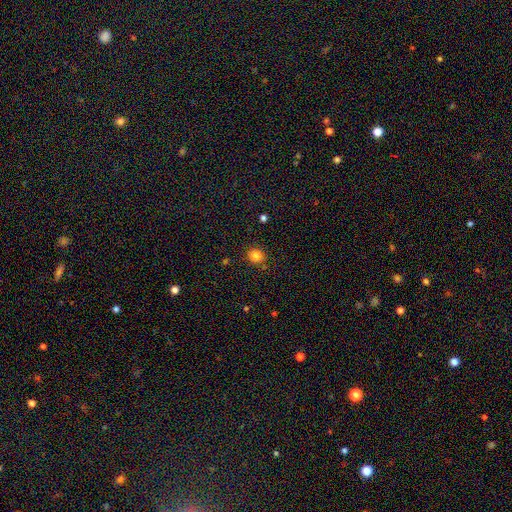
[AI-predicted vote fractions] This appears to be a smooth galaxy with no disk features (82%) that is round (87%). Merging: none (87%).